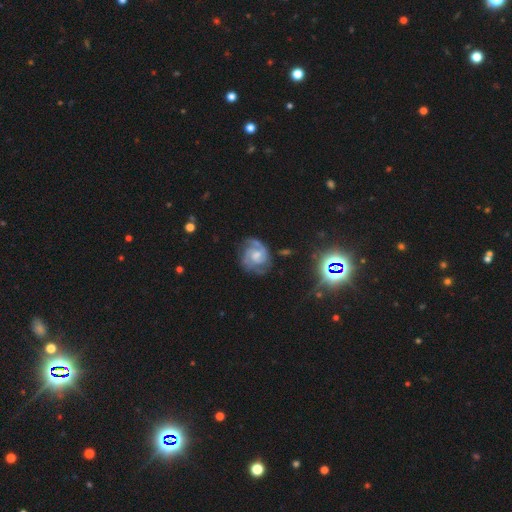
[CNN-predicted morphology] A featured or disk galaxy (84%) with no bar (58%), 2 (48%) tight (54%) spiral arms (97%) and a moderate central bulge (47%). Merging: none (72%).